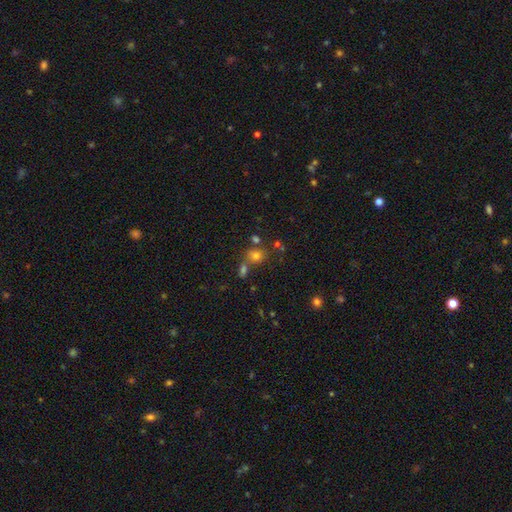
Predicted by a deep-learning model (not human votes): smooth-or-featured: smooth: 70% | star or artifact: 18% | featured or disk: 12%
  how-rounded: round: 57% | in between: 42% | cigar-shaped: 1%
  merging: none: 54% | merger: 28% | minor disturbance: 13% | major disturbance: 6%